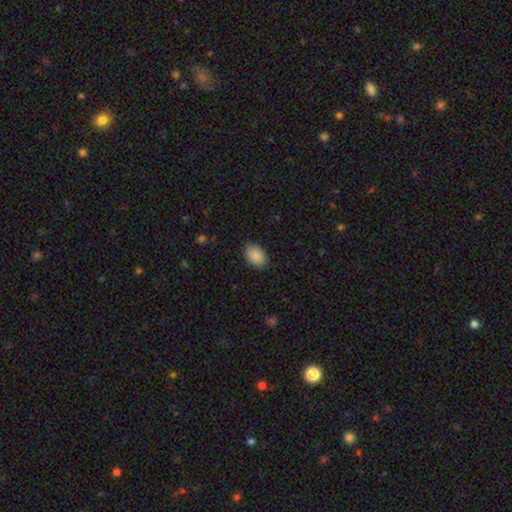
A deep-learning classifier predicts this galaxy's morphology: smooth-or-featured: smooth: 90% | star or artifact: 7% | featured or disk: 3%
  how-rounded: in between: 86% | round: 13% | cigar-shaped: 1%
  merging: none: 85% | minor disturbance: 12% | major disturbance: 2% | merger: 1%